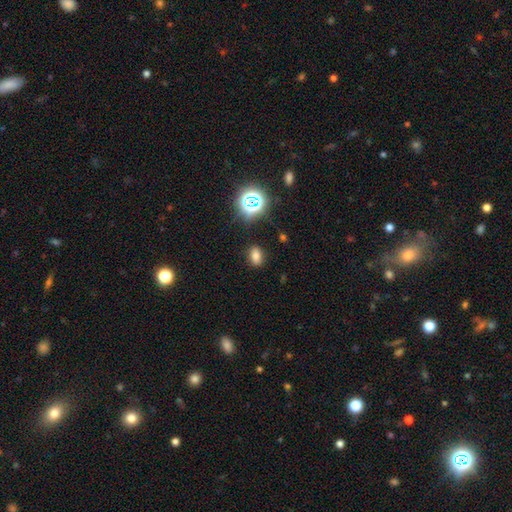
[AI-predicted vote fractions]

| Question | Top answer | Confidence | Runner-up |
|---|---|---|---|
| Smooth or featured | smooth | 70% | star or artifact (20%) |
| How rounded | in between | 76% | round (22%) |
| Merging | none | 85% | minor disturbance (10%) |